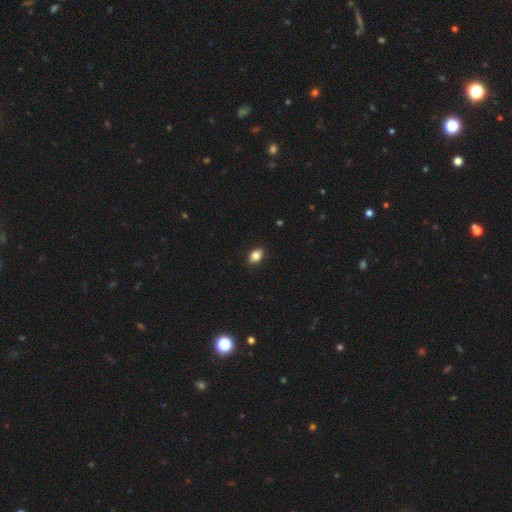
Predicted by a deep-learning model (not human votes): Smooth or featured? Predicted: smooth (p=0.85). How rounded? Predicted: in between (p=0.81). Merging? Predicted: none (p=0.88).